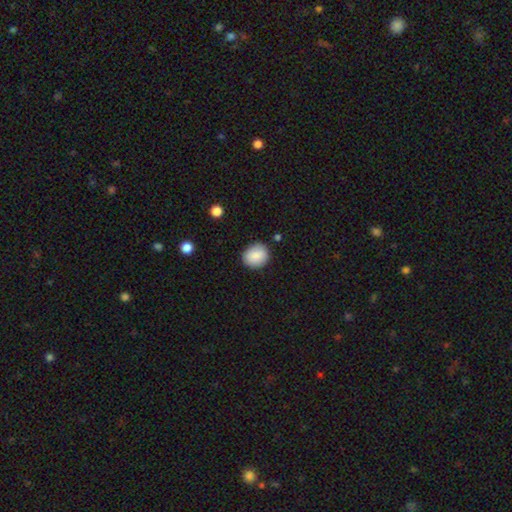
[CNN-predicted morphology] This appears to be a smooth galaxy with no disk features (88%) that is round (69%). Merging: none (85%).